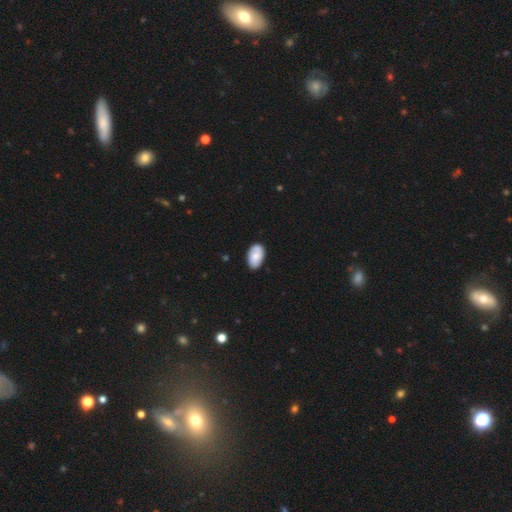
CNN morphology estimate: type=smooth (72%); roundness=in between (93%); merging=none (80%).